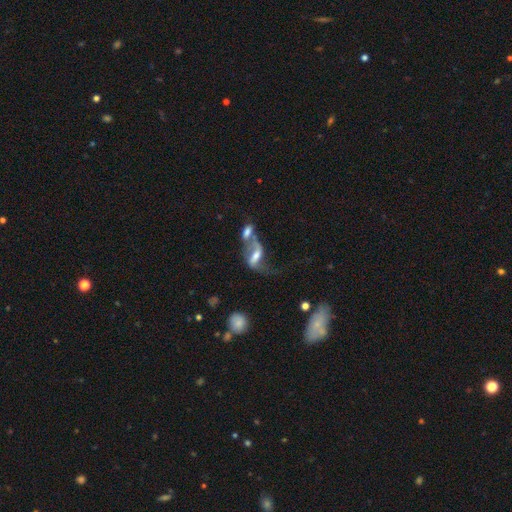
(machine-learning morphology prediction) featured or disk 70%, smooth 21%, star or artifact 9%. Down the decision tree: edge-on disk — no (91%); bar — weak (41%); spiral arms — yes (82%); spiral arm count — 2 (82%); spiral winding — loose (80%); bulge size — moderate (45%); merging — merger (52%).